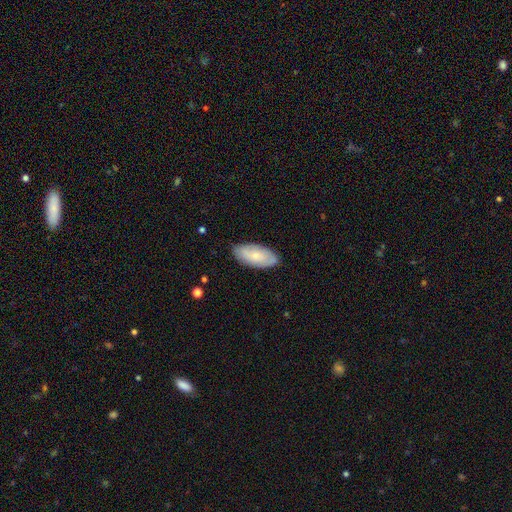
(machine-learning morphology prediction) Smooth or featured? smooth (62%)
How rounded? in between (91%)
Merging? none (82%)